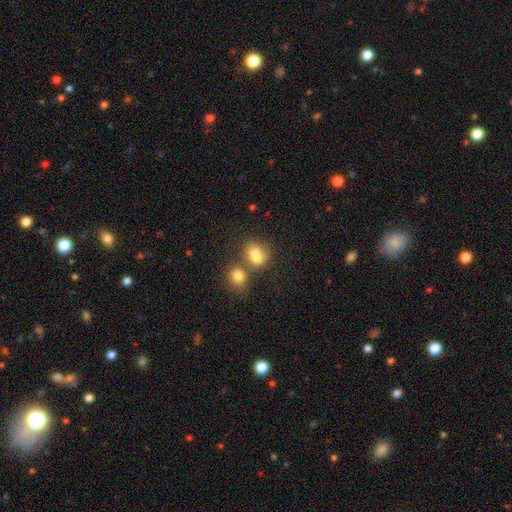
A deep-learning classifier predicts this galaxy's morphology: Q: Smooth or featured?
A: smooth (75%); runner-up: featured or disk (13%)
Q: How rounded?
A: round (50%); runner-up: in between (49%)
Q: Merging?
A: merger (53%); runner-up: none (32%)